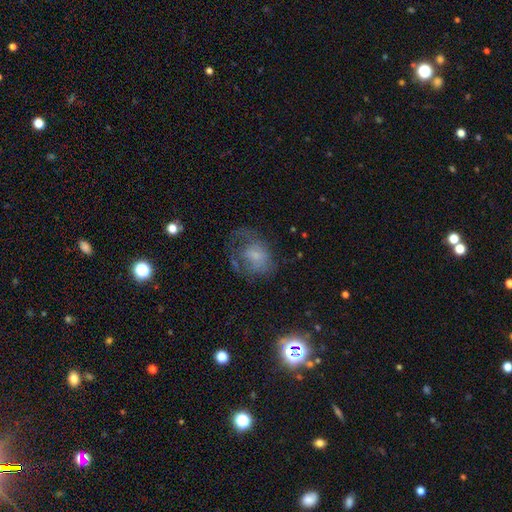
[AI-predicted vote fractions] Smooth or featured: smooth — 44% (featured or disk — 43%)
Merging: major disturbance — 40% (none — 36%)